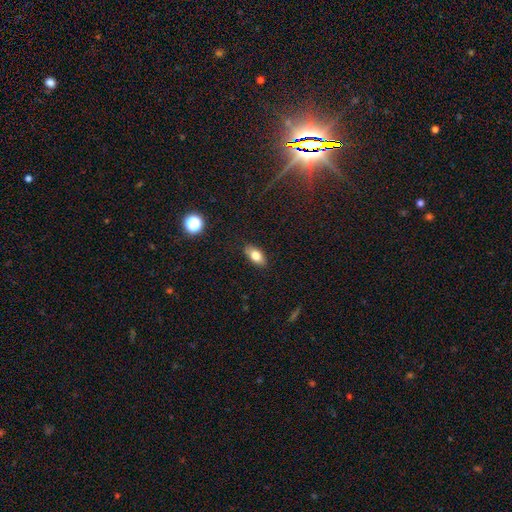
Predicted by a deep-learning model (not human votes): Q: Smooth or featured?
A: smooth (78%); runner-up: featured or disk (13%)
Q: How rounded?
A: in between (88%); runner-up: cigar-shaped (6%)
Q: Merging?
A: none (86%); runner-up: minor disturbance (11%)